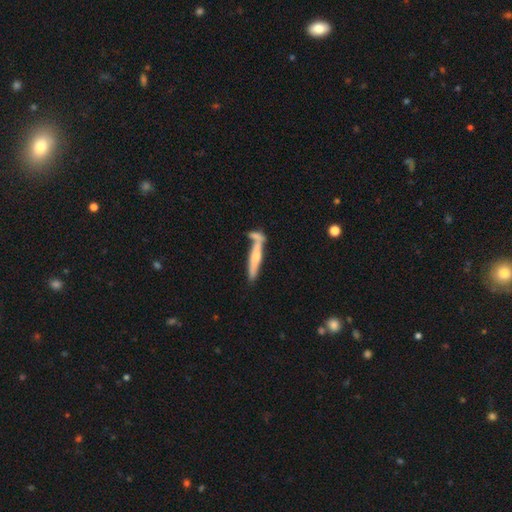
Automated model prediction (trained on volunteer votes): Smooth or featured? featured or disk (50%)
Edge-on disk? yes (90%)
Merging? none (55%)